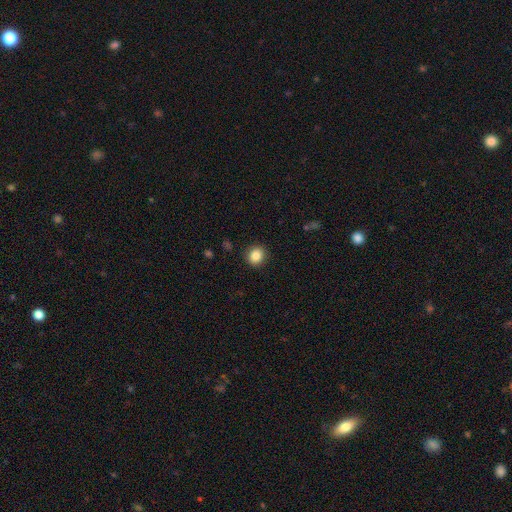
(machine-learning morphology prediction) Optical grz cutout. It shows a smooth galaxy with no disk features (86%) that is round (82%). Merging: none (90%).